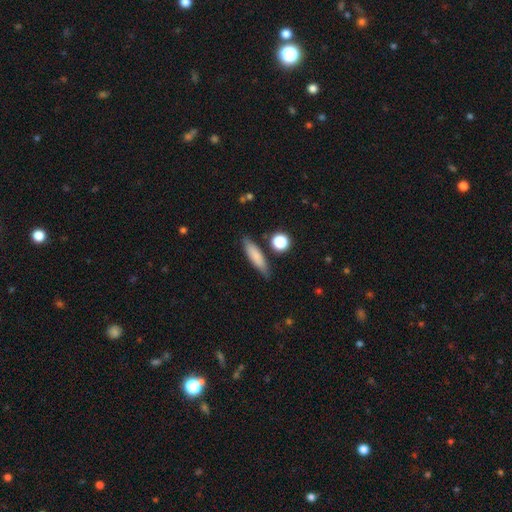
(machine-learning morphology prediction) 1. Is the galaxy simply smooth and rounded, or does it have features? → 76% smooth, 16% featured or disk, 7% star or artifact.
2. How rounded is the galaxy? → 72% cigar-shaped, 25% in between, 3% round.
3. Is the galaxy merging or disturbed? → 79% none, 14% minor disturbance, 4% merger, 3% major disturbance.